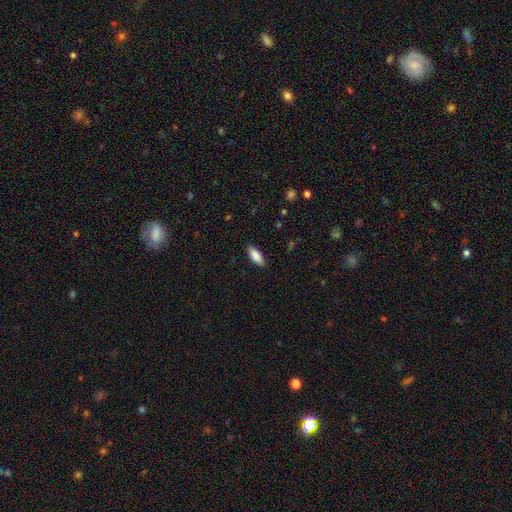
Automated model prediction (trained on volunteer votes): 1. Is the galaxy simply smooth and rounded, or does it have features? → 86% smooth, 8% featured or disk, 6% star or artifact.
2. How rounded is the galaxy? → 76% in between, 22% cigar-shaped, 2% round.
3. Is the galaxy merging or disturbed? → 87% none, 10% minor disturbance, 2% major disturbance, 1% merger.